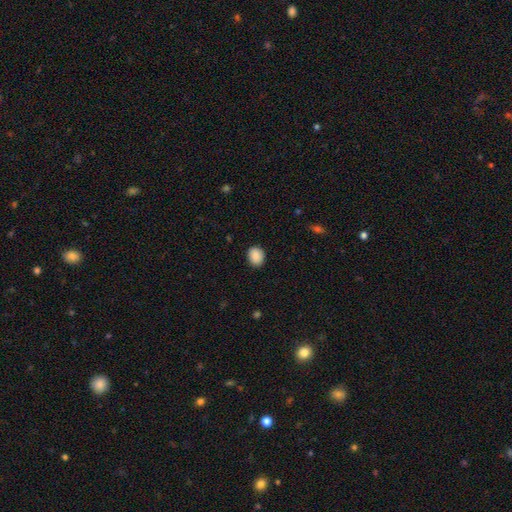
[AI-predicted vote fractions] smooth-or-featured: smooth: 89% | star or artifact: 8% | featured or disk: 3%
  how-rounded: round: 50% | in between: 49% | cigar-shaped: 1%
  merging: none: 88% | minor disturbance: 9% | major disturbance: 2% | merger: 1%